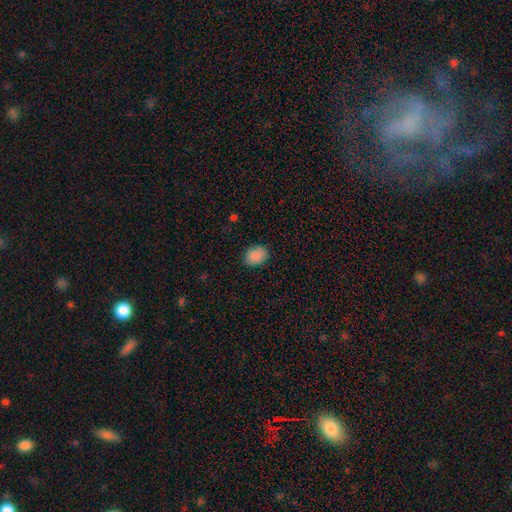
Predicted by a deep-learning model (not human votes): smooth 89%, star or artifact 8%, featured or disk 4%. Down the decision tree: how rounded — in between (71%); merging — none (86%).